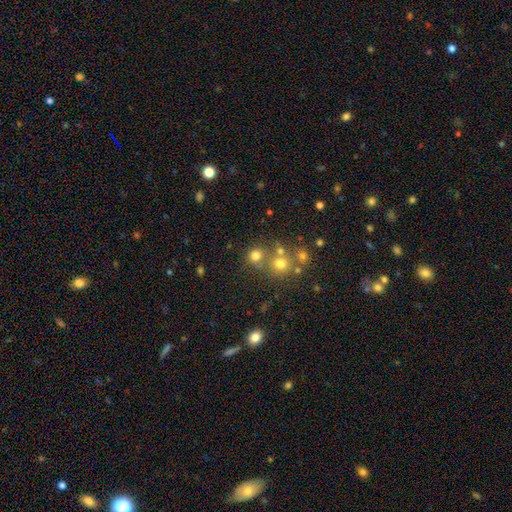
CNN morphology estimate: This appears to be a smooth galaxy with no disk features (73%) that is round (87%). Merging: none (62%).